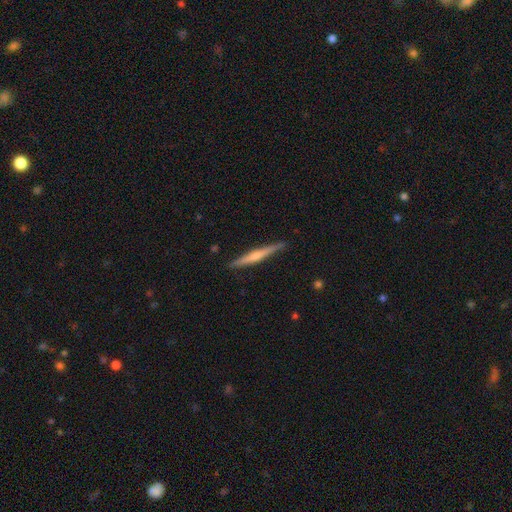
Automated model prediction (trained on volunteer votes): A featured or disk galaxy (59%) viewed edge-on (98%) with a rounded central bulge (61%). Merging: none (89%).